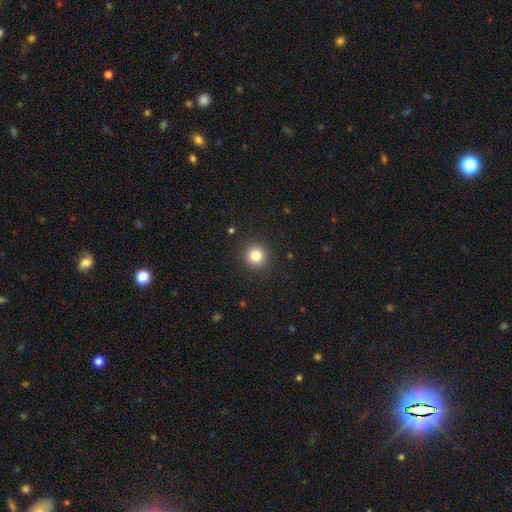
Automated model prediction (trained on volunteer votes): Smooth or featured? smooth (83%)
How rounded? round (94%)
Merging? none (91%)